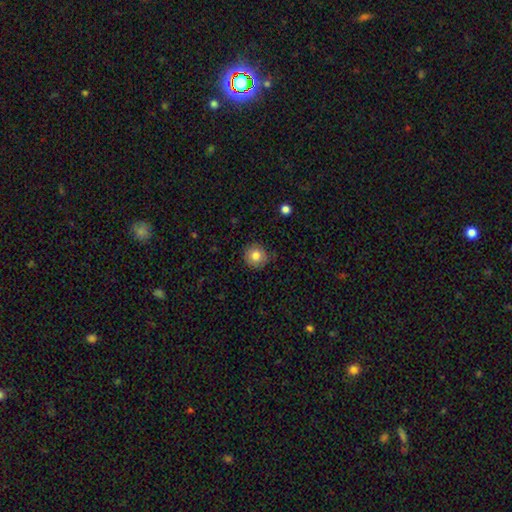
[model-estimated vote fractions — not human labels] This appears to be a smooth galaxy with no disk features (80%) that is round (93%). Merging: none (86%).